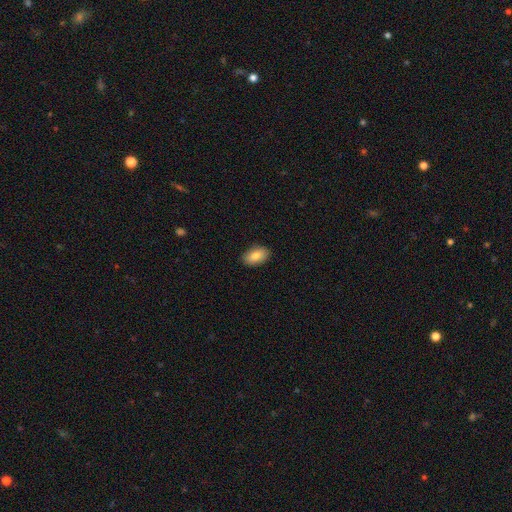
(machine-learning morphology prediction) A smooth galaxy with no disk features (82%) that is in between round and cigar-shaped (92%). Merging: none (88%).